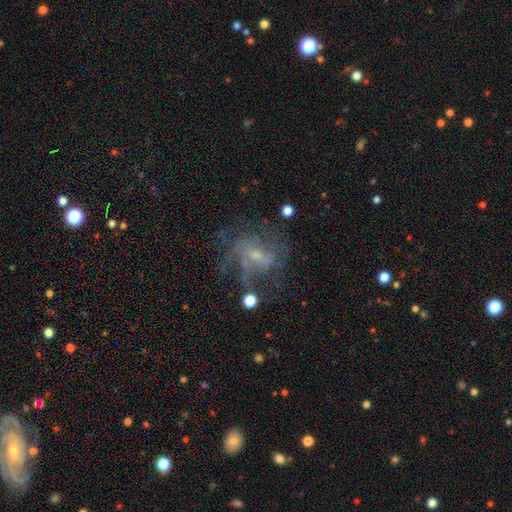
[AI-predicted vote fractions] smooth_or_featured: featured or disk (p=0.69) [alt: smooth p=0.16]
disk_edge_on: no (p=0.97) [alt: yes p=0.03]
bar: weak (p=0.46) [alt: no p=0.43]
has_spiral_arms: yes (p=0.70) [alt: no p=0.30]
bulge_size: small (p=0.59) [alt: moderate p=0.27]
merging: none (p=0.53) [alt: major disturbance p=0.25]